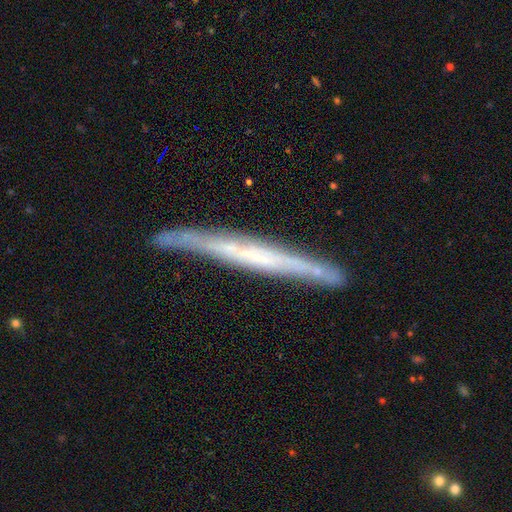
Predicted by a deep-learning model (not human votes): Smooth or featured: featured or disk — 69% (smooth — 24%)
Edge-on disk: yes — 93% (no — 7%)
Edge-on bulge: none — 77% (rounded — 13%)
Merging: none — 83% (minor disturbance — 13%)